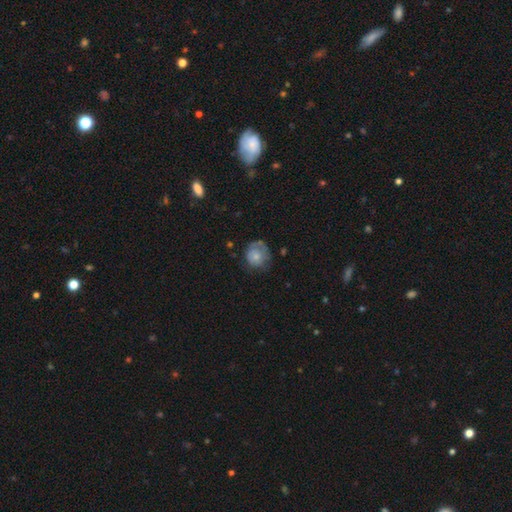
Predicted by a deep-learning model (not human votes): The model was most divided on "merging": none: 54%, minor disturbance: 28%, major disturbance: 15%, merger: 3%. More confident: how rounded — round (82%); smooth or featured — smooth (63%).